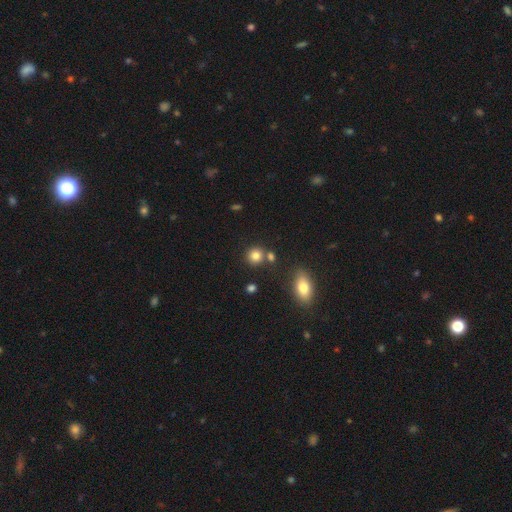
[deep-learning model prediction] smooth 81%, star or artifact 12%, featured or disk 7%. Down the decision tree: how rounded — round (86%); merging — none (73%).